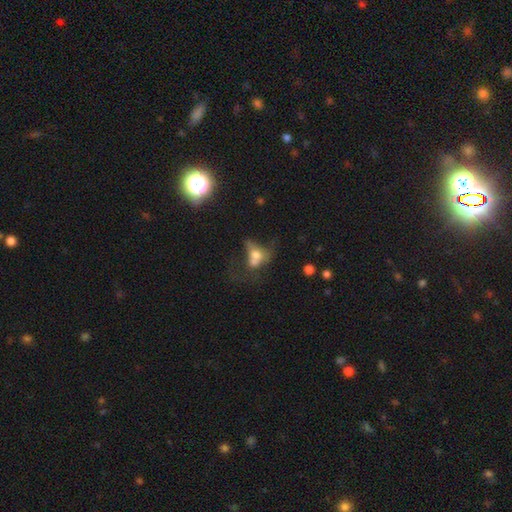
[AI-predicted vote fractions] Q: Smooth or featured?
A: smooth (54%); runner-up: featured or disk (31%)
Q: How rounded?
A: in between (66%); runner-up: round (31%)
Q: Merging?
A: merger (40%); runner-up: major disturbance (30%)